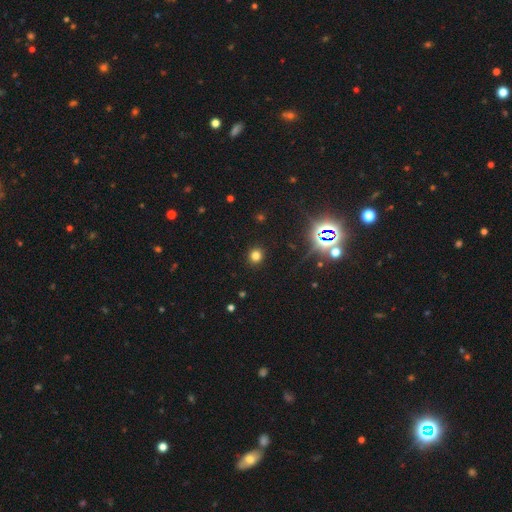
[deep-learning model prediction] This is likely a smooth galaxy (75%). How rounded: clearly round (87%). Merging: clearly none (91%).